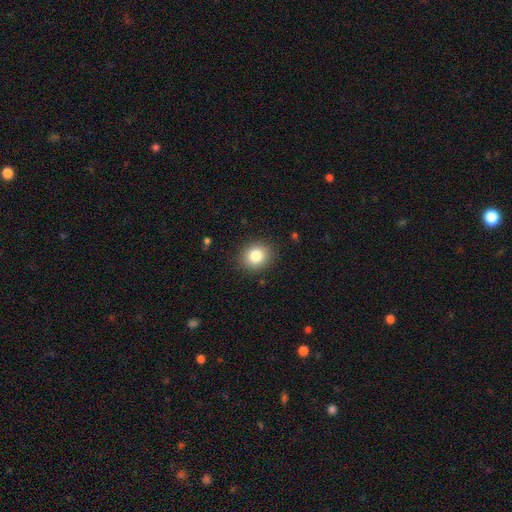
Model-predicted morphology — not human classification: The model was most divided on "how rounded": round: 75%, in between: 24%, cigar-shaped: 1%. More confident: merging — none (88%); smooth or featured — smooth (83%).